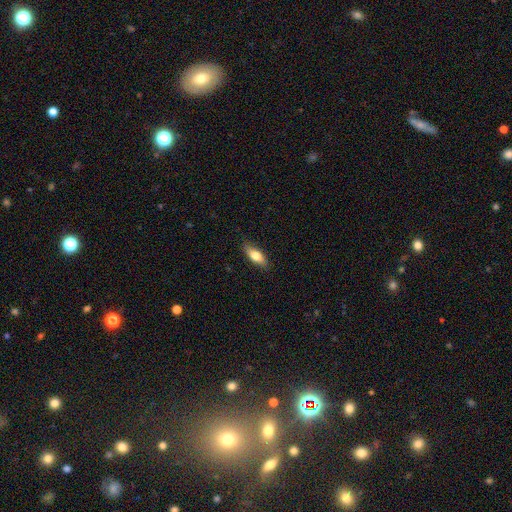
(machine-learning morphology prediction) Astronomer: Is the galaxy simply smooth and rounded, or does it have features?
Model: smooth — 74%.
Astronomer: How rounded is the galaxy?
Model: in between — 70%.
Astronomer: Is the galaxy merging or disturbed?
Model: none — 86%.